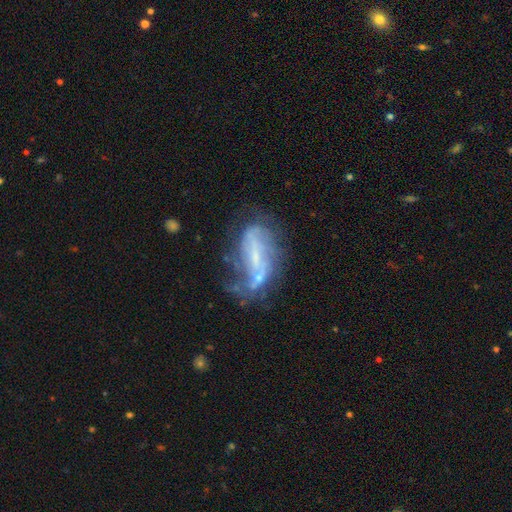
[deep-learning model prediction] Smooth or featured? Predicted: featured or disk (p=0.70). Edge-on disk? Predicted: no (p=0.92). Bar? Predicted: no (p=0.35). Spiral arms? Predicted: yes (p=0.59). Bulge size? Predicted: small (p=0.52). Merging? Predicted: none (p=0.37).